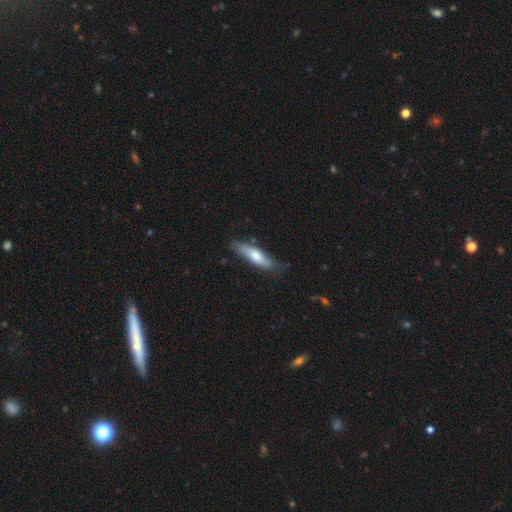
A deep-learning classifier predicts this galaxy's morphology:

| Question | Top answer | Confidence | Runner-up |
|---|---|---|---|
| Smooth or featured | smooth | 69% | featured or disk (26%) |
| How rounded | cigar-shaped | 65% | in between (33%) |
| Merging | none | 73% | minor disturbance (21%) |